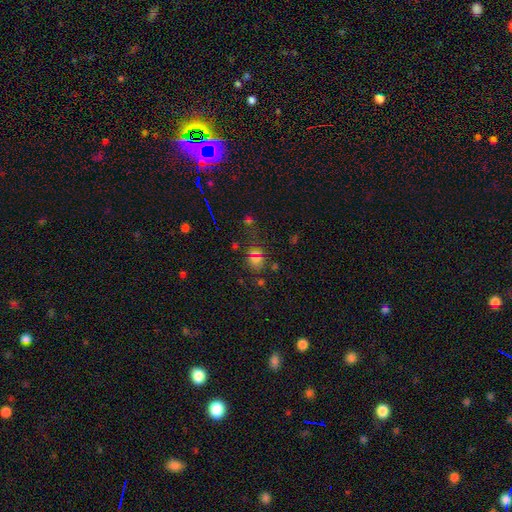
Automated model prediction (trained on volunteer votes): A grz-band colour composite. It shows a smooth galaxy with no disk features (48%). Merging: none (74%).